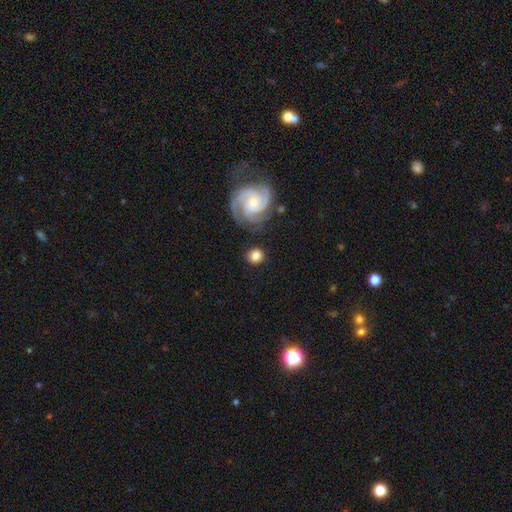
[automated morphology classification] smooth 68%, featured or disk 25%, star or artifact 7%. Down the decision tree: how rounded — round (82%); merging — none (83%).